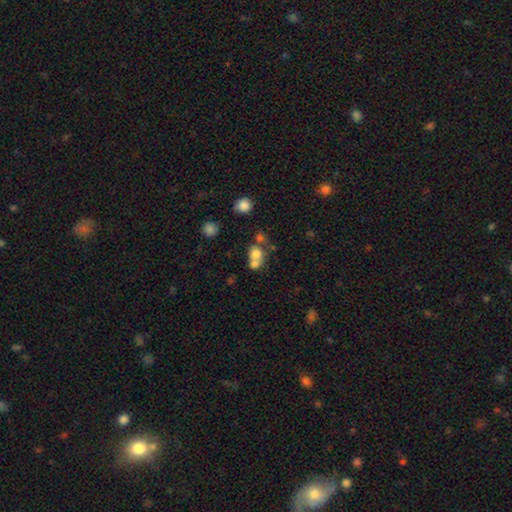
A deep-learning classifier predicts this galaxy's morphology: Overall: smooth (71%). How rounded: round (70%). Merging: merger (58%; none 30%).